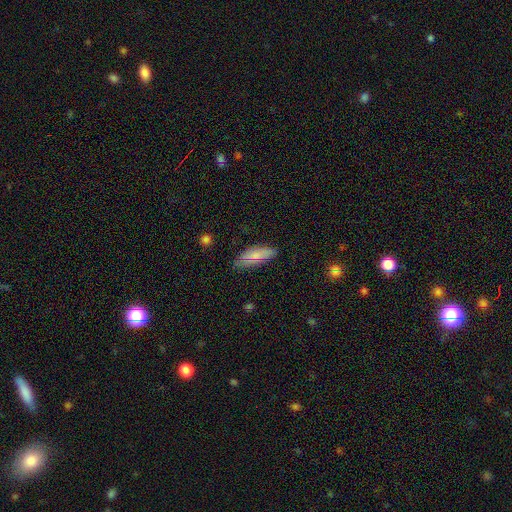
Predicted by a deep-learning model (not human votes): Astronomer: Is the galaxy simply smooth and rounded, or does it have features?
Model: smooth — 75%.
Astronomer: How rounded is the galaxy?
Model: in between — 67%.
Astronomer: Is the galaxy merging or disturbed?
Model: none — 79%.